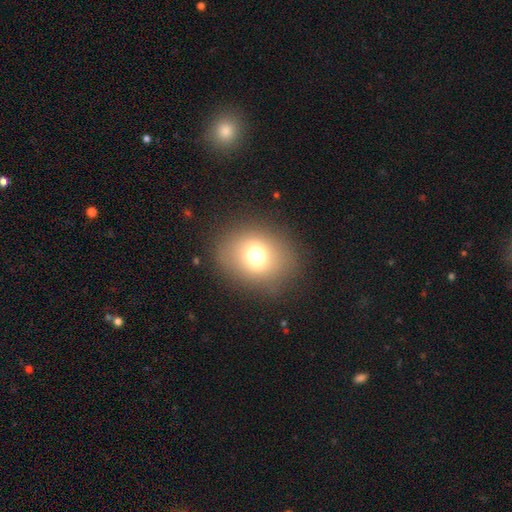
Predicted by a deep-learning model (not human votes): This is likely a smooth galaxy (70%). How rounded: likely round (65%). Merging: clearly none (84%).